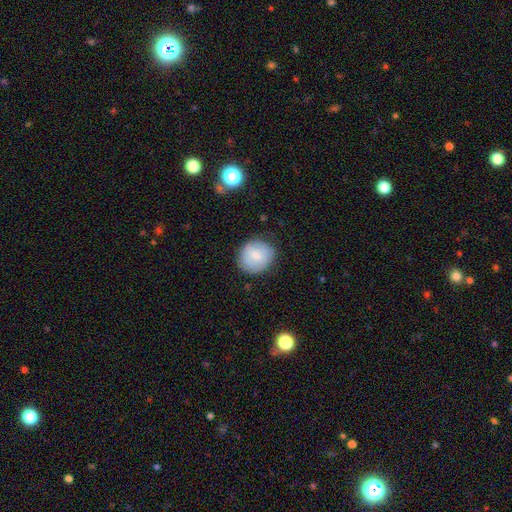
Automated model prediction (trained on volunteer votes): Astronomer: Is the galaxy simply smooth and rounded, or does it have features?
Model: smooth — 76%.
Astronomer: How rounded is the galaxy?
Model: round — 84%.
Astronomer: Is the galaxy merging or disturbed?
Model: none — 80%.